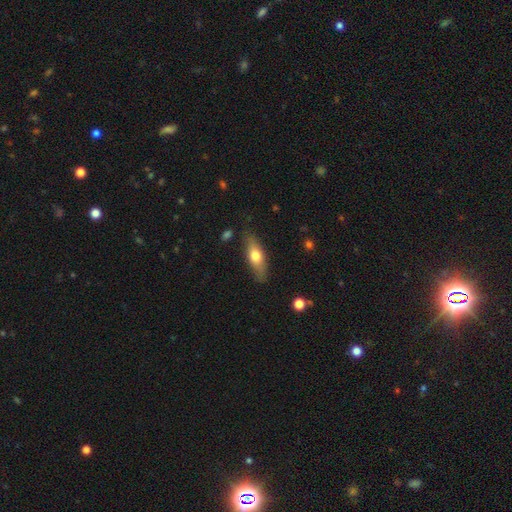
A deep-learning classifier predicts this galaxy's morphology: The model was most divided on "how rounded": in between: 58%, cigar-shaped: 38%, round: 3%. More confident: merging — none (79%); smooth or featured — smooth (60%).